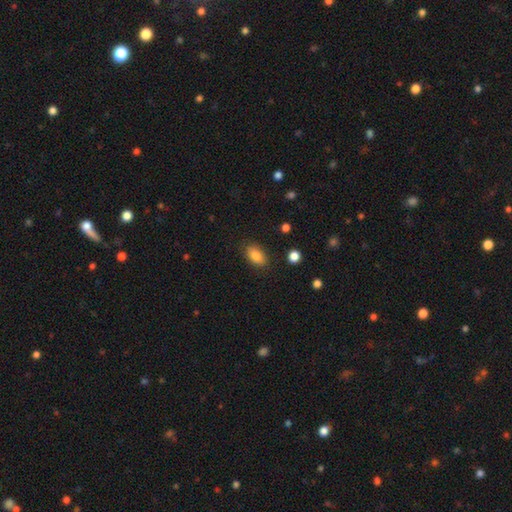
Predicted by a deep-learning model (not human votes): A smooth galaxy with no disk features (85%) that is in between round and cigar-shaped (89%).

Vote fractions:
- Smooth or featured? smooth: 85% / star or artifact: 8% / featured or disk: 7%
- How rounded? in between: 89% / round: 8% / cigar-shaped: 3%
- Merging? none: 86% / minor disturbance: 10% / major disturbance: 3% / merger: 1%